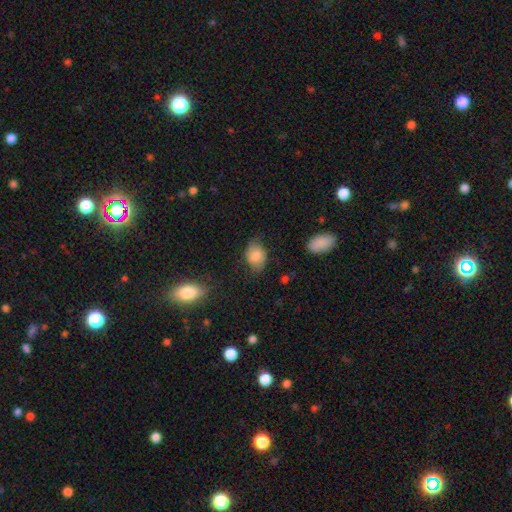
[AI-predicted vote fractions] Smooth or featured? smooth (79%)
How rounded? in between (72%)
Merging? none (67%)